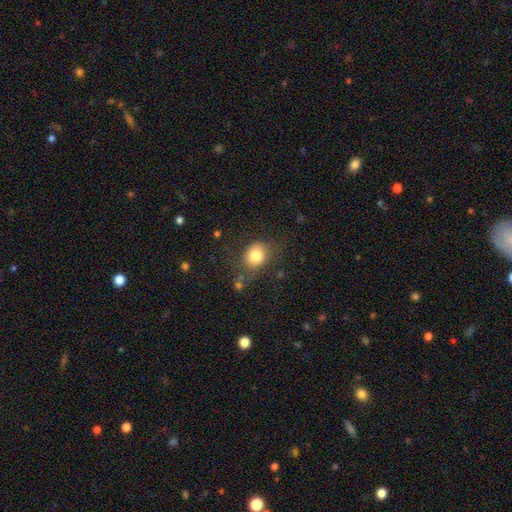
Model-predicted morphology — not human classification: Smooth or featured? smooth (80%)
How rounded? round (57%)
Merging? none (68%)